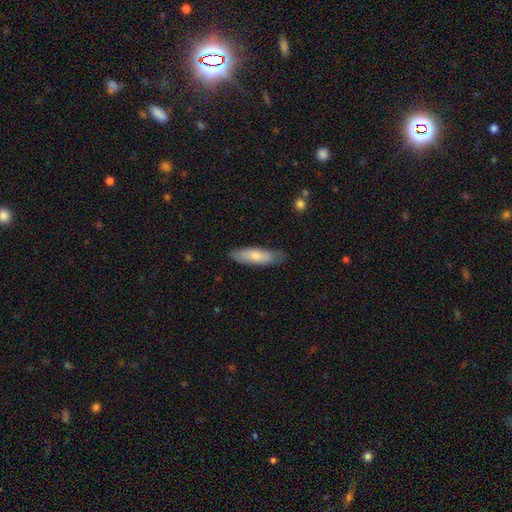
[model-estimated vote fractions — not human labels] The model was most divided on "how rounded": cigar-shaped: 51%, in between: 48%, round: 2%. More confident: merging — none (78%); smooth or featured — smooth (71%).